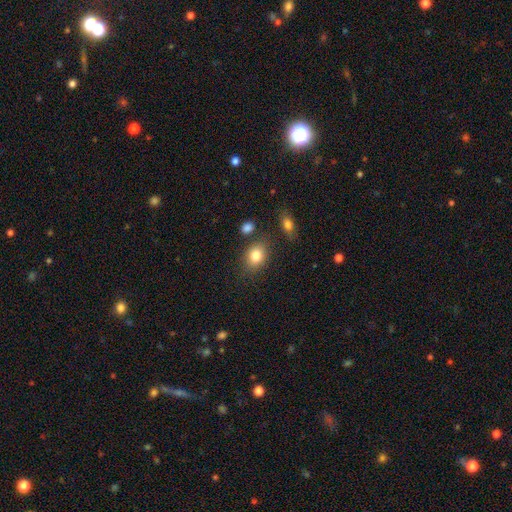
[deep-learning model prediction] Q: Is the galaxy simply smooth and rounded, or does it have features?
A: smooth — 83%.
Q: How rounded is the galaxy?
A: in between — 61%.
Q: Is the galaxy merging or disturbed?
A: none — 77%.